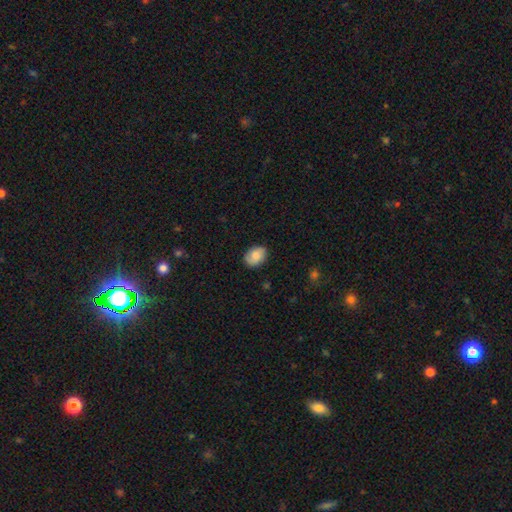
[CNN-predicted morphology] This is likely a smooth galaxy (78%). How rounded: likely in between (75%). Merging: clearly none (83%).